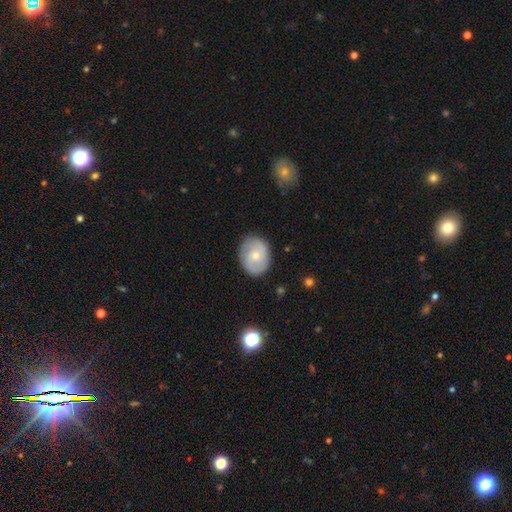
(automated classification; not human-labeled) smooth_or_featured: featured or disk (p=0.58) [alt: smooth p=0.36]
disk_edge_on: no (p=0.97) [alt: yes p=0.03]
bar: no (p=0.64) [alt: weak p=0.31]
has_spiral_arms: yes (p=0.84) [alt: no p=0.16]
bulge_size: small (p=0.51) [alt: moderate p=0.45]
merging: none (p=0.82) [alt: minor disturbance p=0.13]